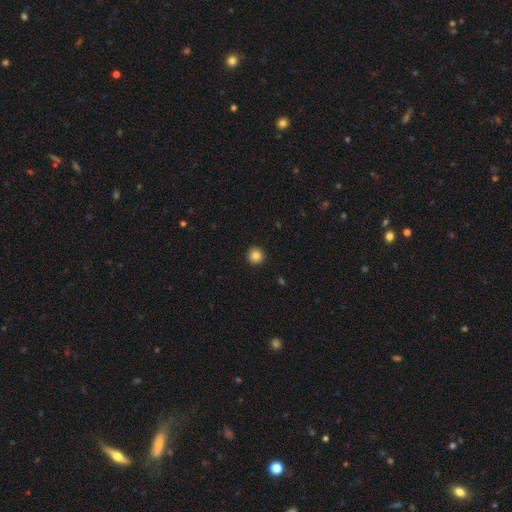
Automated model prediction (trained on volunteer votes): Smooth or featured?
  - smooth: 85% *
  - star or artifact: 10%
  - featured or disk: 5%
How rounded?
  - round: 96% *
  - in between: 3%
  - cigar-shaped: 1%
Merging?
  - none: 94% *
  - minor disturbance: 4%
  - major disturbance: 1%
  - merger: 1%